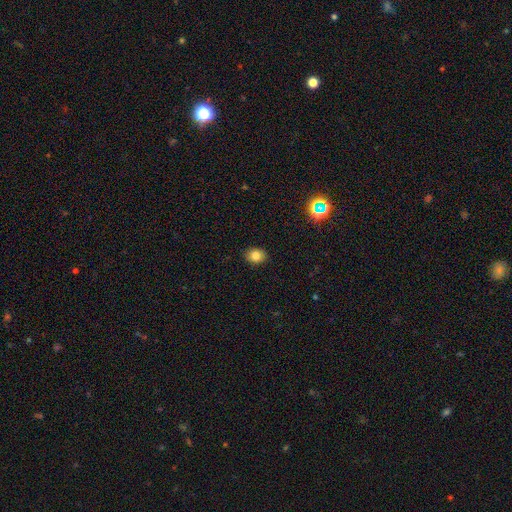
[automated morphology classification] smooth 82%, star or artifact 11%, featured or disk 7%. Down the decision tree: how rounded — in between (52%); merging — none (89%).